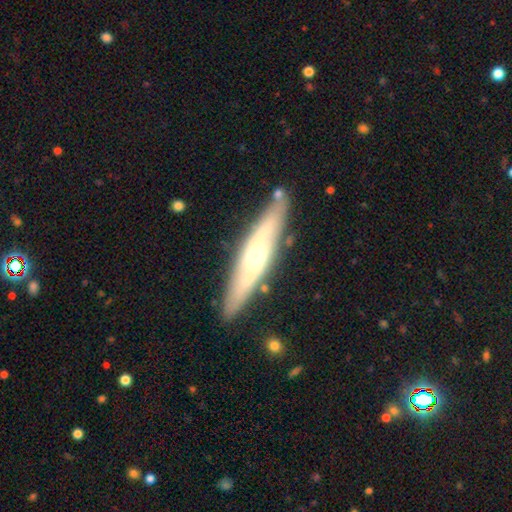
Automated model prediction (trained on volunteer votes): Overall: featured or disk (69%). Edge-on disk: yes (67%; no 33%). Merging: none (83%).